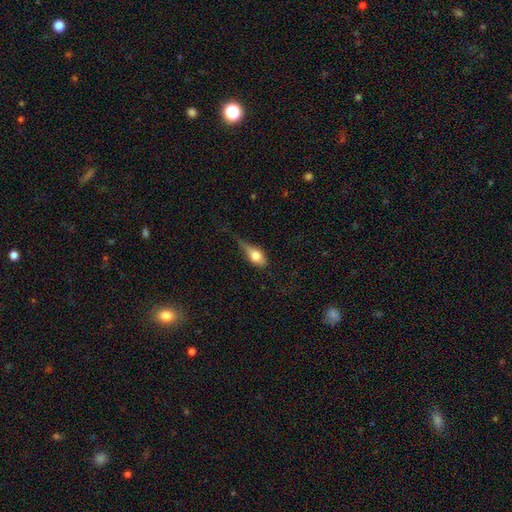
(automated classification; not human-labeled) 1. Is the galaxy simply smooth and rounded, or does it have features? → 64% smooth, 28% featured or disk, 8% star or artifact.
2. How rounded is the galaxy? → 74% in between, 14% cigar-shaped, 11% round.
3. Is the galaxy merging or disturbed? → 39% minor disturbance, 37% none, 20% major disturbance, 3% merger.